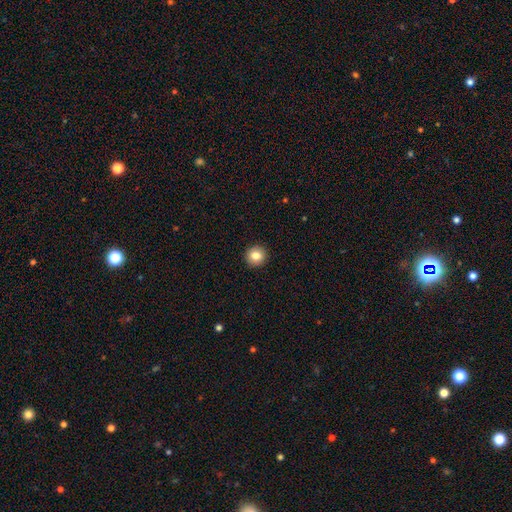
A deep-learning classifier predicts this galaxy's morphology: Smooth or featured? Predicted: smooth (p=0.82). How rounded? Predicted: round (p=0.94). Merging? Predicted: none (p=0.93).